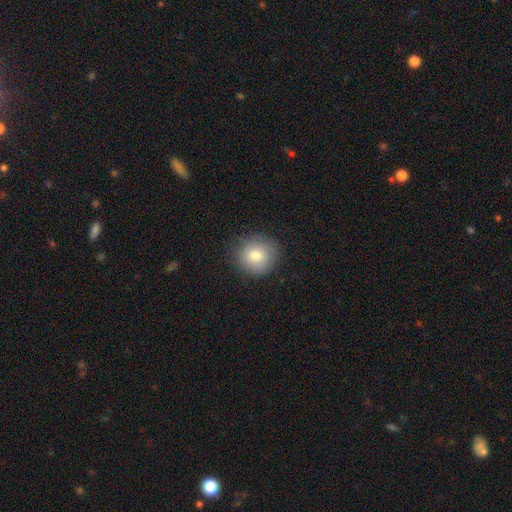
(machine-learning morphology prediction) smooth_or_featured: smooth (p=0.77) [alt: featured or disk p=0.12]
how_rounded: round (p=0.92) [alt: in between p=0.07]
merging: none (p=0.86) [alt: minor disturbance p=0.10]